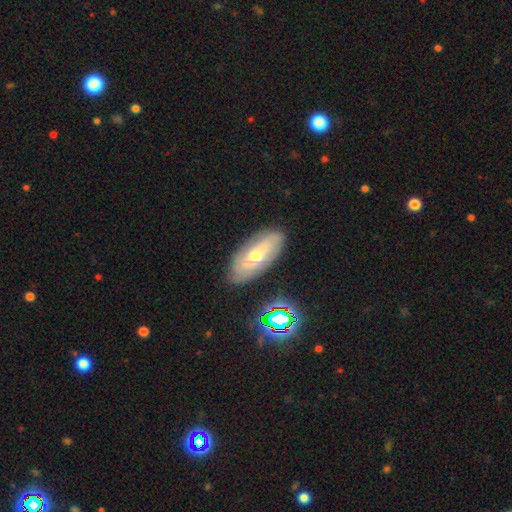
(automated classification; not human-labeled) Smooth or featured?
  - featured or disk: 58% *
  - smooth: 31%
  - star or artifact: 11%
Edge-on disk?
  - no: 83% *
  - yes: 17%
Merging?
  - none: 83% *
  - minor disturbance: 12%
  - major disturbance: 3%
  - merger: 2%